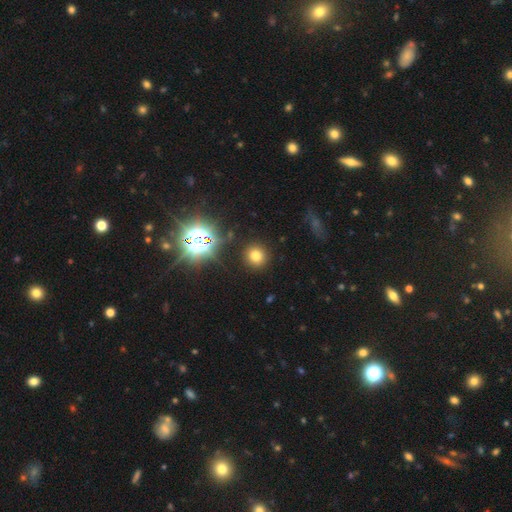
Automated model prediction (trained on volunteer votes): Overall: smooth (71%). How rounded: round (89%). Merging: none (90%).